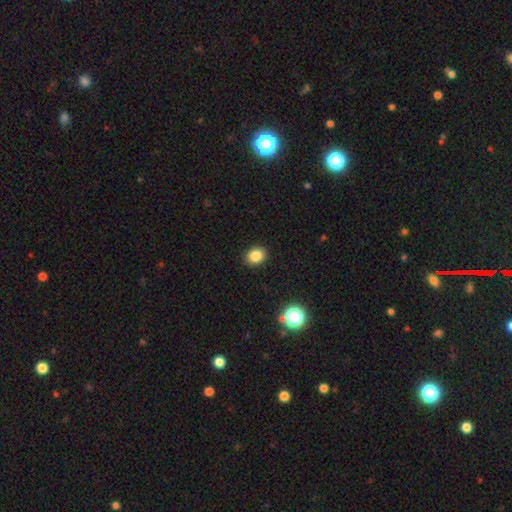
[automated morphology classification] A smooth galaxy with no disk features (85%) that is round (53%).

Vote fractions:
- Smooth or featured? smooth: 85% / star or artifact: 11% / featured or disk: 4%
- How rounded? round: 53% / in between: 46% / cigar-shaped: 1%
- Merging? none: 91% / minor disturbance: 6% / major disturbance: 2% / merger: 1%